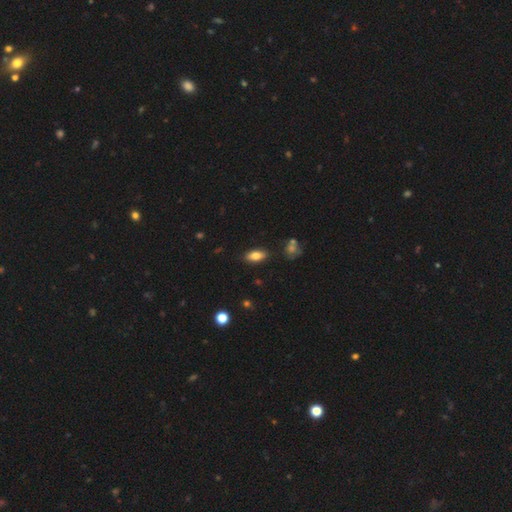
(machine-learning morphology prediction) Overall: smooth (80%). How rounded: in between (87%). Merging: none (86%).